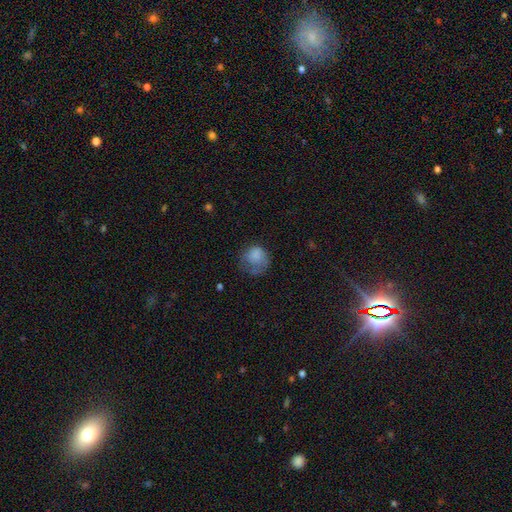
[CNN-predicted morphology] The model was most divided on "merging": none: 38%, major disturbance: 31%, minor disturbance: 29%, merger: 2%. More confident: how rounded — round (78%); smooth or featured — smooth (76%).